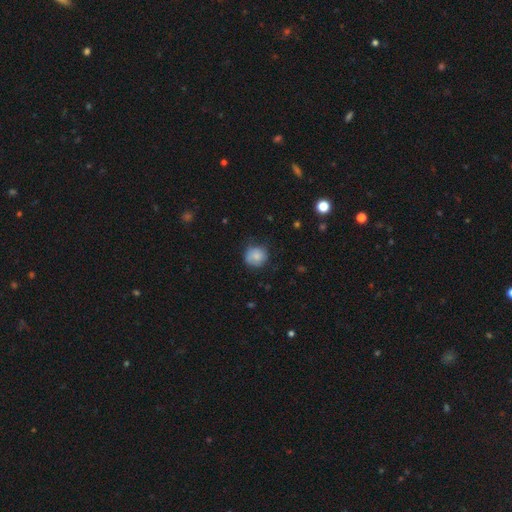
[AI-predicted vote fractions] The model was most divided on "merging": none: 70%, minor disturbance: 23%, major disturbance: 6%, merger: 1%. More confident: how rounded — round (86%); smooth or featured — smooth (79%).